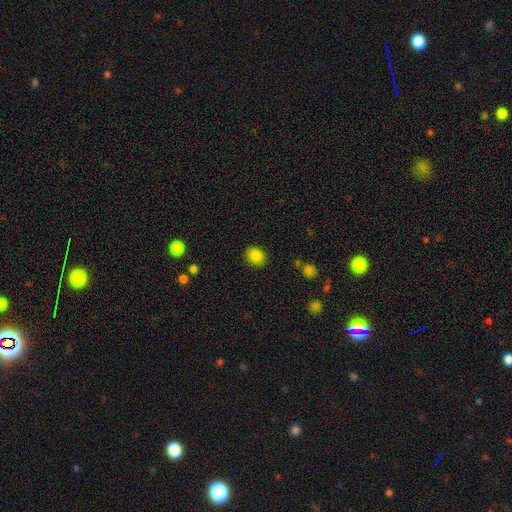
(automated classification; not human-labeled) This is clearly a smooth galaxy (85%). How rounded: possibly round (52%). Merging: clearly none (87%).